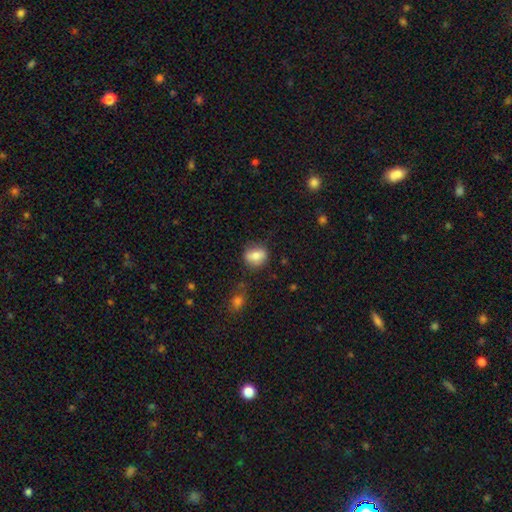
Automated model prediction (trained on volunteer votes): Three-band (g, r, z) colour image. It shows a smooth galaxy with no disk features (77%) that is round (50%). Merging: none (77%).